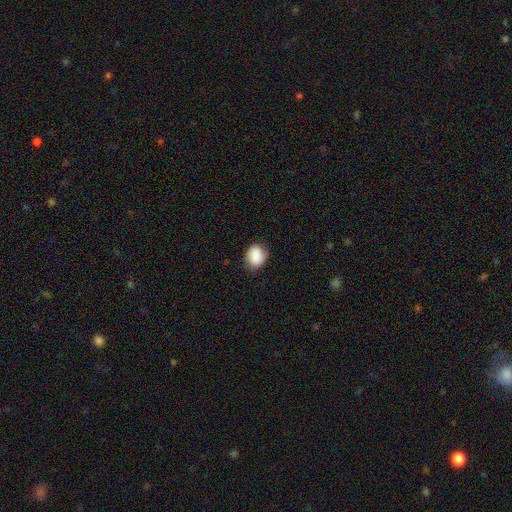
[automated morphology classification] smooth 86%, star or artifact 8%, featured or disk 7%. Down the decision tree: how rounded — round (50%); merging — none (78%).